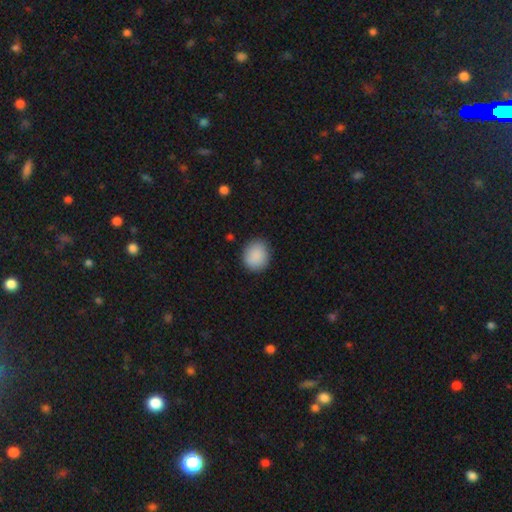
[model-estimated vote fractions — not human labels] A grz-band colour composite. It shows a smooth galaxy with no disk features (89%) that is round (76%). Merging: none (87%).